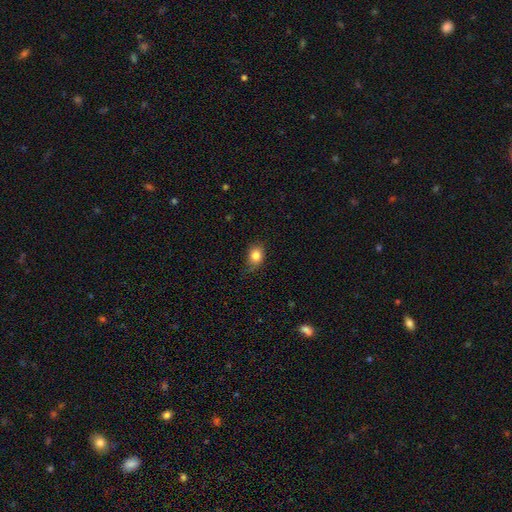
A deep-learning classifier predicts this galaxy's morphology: type=smooth (83%); roundness=in between (53%); merging=none (72%).